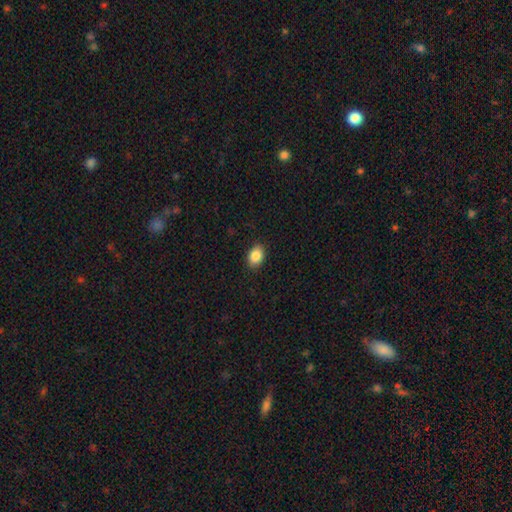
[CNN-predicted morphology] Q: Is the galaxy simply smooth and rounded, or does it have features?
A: smooth — 87%.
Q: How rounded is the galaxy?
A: in between — 77%.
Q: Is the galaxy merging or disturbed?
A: none — 88%.